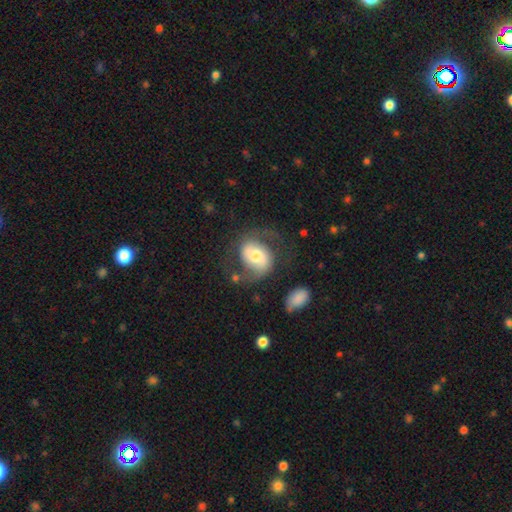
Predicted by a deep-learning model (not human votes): Smooth or featured? featured or disk (66%)
Edge-on disk? no (97%)
Bar? no (43%)
Spiral arms? yes (84%)
Spiral winding? medium (46%)
Spiral arm count? 2 (86%)
Bulge size? moderate (63%)
Merging? none (59%)